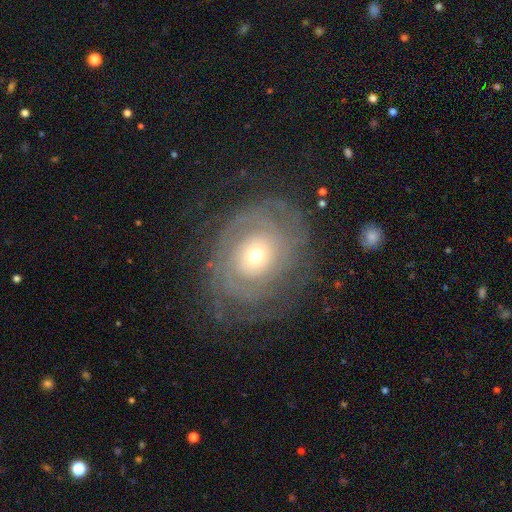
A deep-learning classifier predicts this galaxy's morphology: Smooth or featured: featured or disk — 78% (smooth — 14%)
Edge-on disk: no — 96% (yes — 4%)
Bar: no — 83% (weak — 13%)
Spiral arms: yes — 87% (no — 13%)
Spiral winding: tight — 76% (medium — 18%)
Spiral arm count: can't tell — 46% (2 — 20%)
Bulge size: small — 52% (moderate — 42%)
Merging: none — 73% (minor disturbance — 15%)